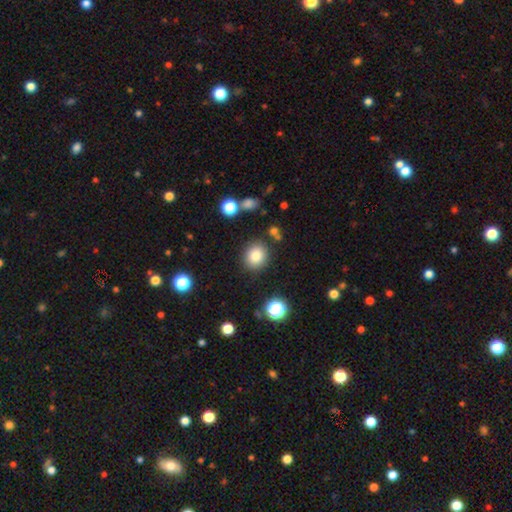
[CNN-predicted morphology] A smooth galaxy with no disk features (81%) that is round (82%). Merging: none (85%).